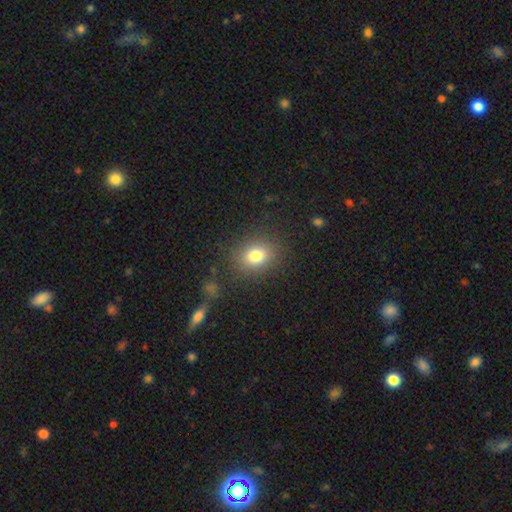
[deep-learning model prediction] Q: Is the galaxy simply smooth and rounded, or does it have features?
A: smooth — 79%.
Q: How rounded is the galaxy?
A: round — 49%, tied with in between.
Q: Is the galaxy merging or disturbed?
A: none — 84%.